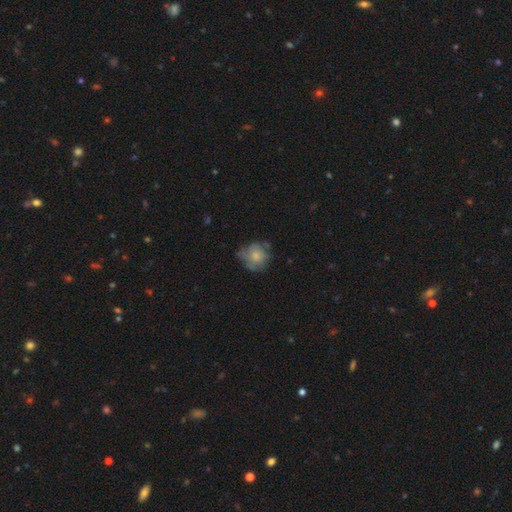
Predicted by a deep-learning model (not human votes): Morphology: type=smooth (58%); roundness=round (81%); merging=none (56%).